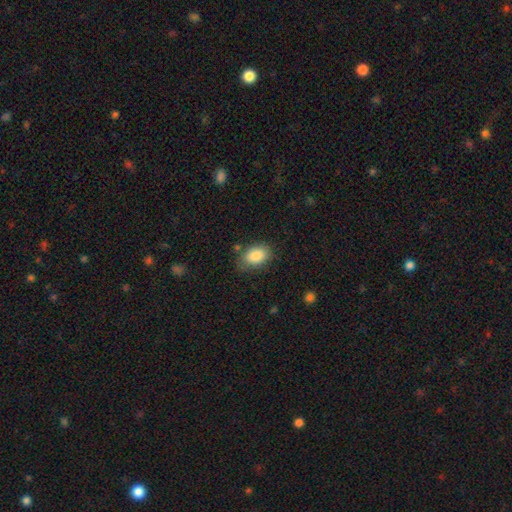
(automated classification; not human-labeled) Morphology: type=smooth (85%); roundness=in between (83%); merging=none (75%).